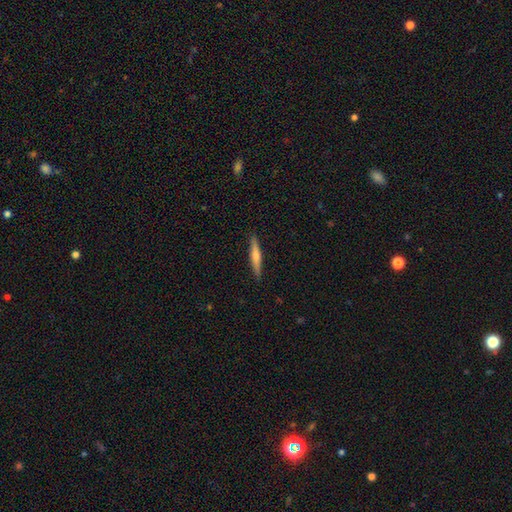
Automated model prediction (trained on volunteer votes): Overall: smooth (55%; featured or disk 40%). How rounded: cigar-shaped (93%). Merging: none (90%).